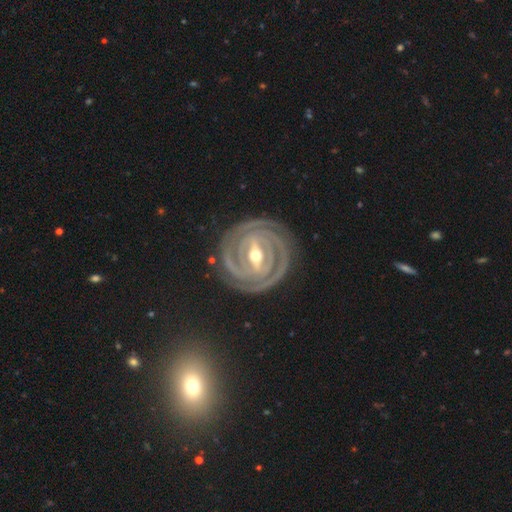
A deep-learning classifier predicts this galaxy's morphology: A featured or disk galaxy (92%) with a strong bar (65%), 2 (59%) tight (88%) spiral arms (98%) and a moderate central bulge (61%). Merging: none (84%).